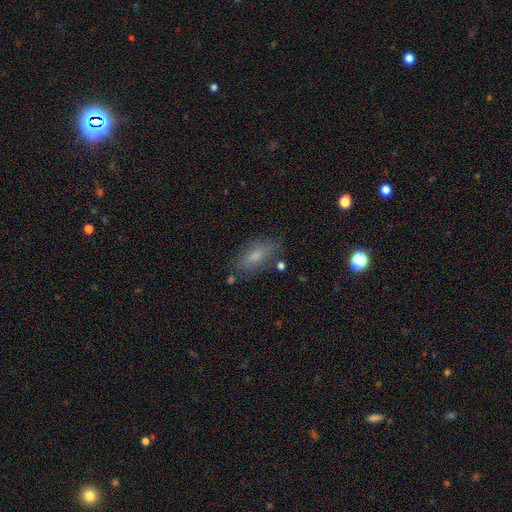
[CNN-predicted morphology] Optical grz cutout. It shows a smooth galaxy with no disk features (69%) that is in between round and cigar-shaped (79%). Merging: none (74%).